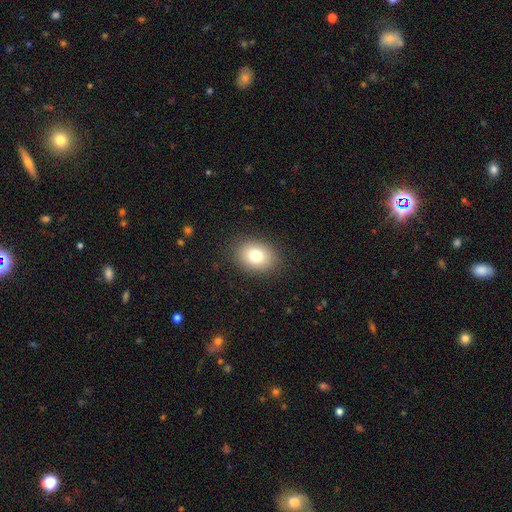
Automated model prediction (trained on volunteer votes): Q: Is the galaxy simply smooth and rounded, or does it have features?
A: smooth — 79%.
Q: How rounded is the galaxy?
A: in between — 60%.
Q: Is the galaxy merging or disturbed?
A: none — 88%.